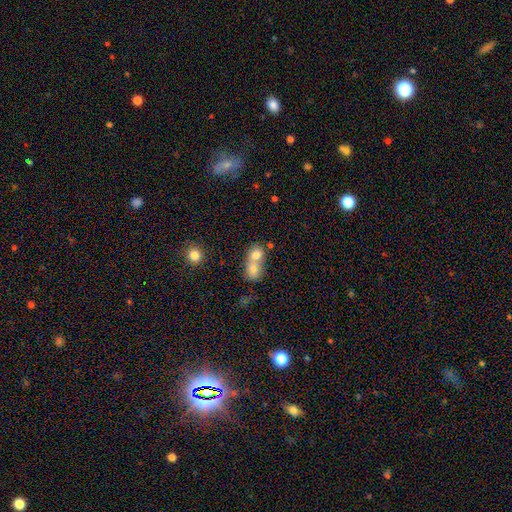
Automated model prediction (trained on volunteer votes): Smooth or featured? smooth (75%)
How rounded? round (59%)
Merging? merger (73%)